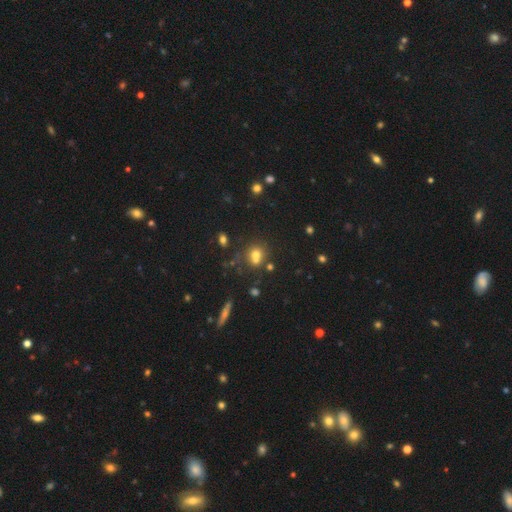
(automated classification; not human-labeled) The model was most divided on "merging": merger: 44%, none: 42%, minor disturbance: 10%, major disturbance: 5%. More confident: how rounded — round (75%); smooth or featured — smooth (64%).